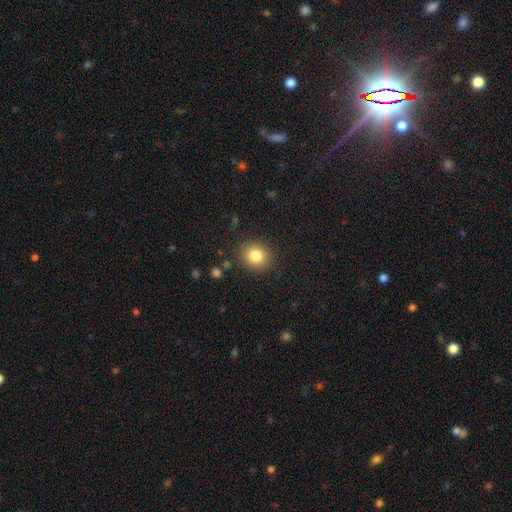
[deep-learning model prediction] This is clearly a smooth galaxy (83%). How rounded: likely round (77%). Merging: clearly none (87%).